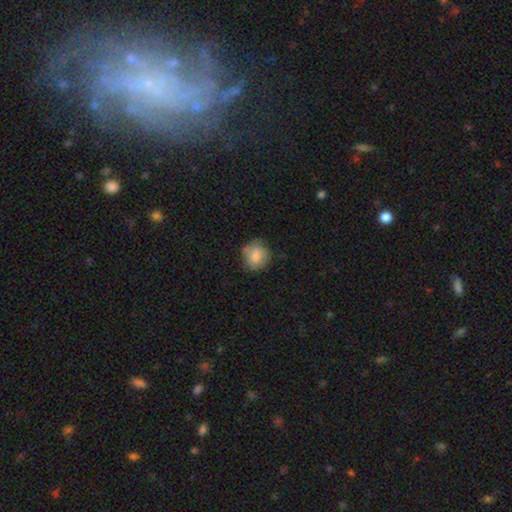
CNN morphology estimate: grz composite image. It shows a smooth galaxy with no disk features (70%) that is round (82%). Merging: none (68%).